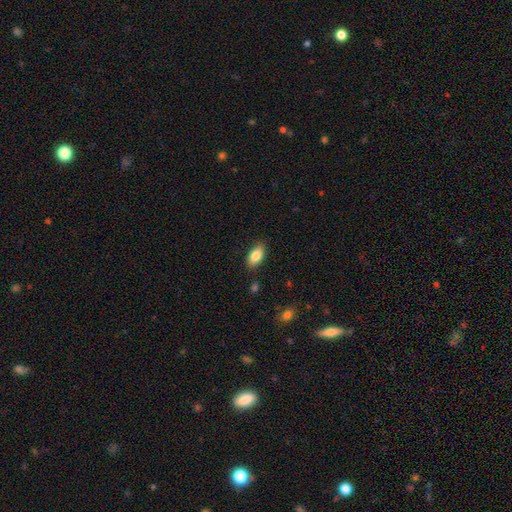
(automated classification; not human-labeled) smooth_or_featured: smooth (p=0.86) [alt: featured or disk p=0.07]
how_rounded: in between (p=0.92) [alt: cigar-shaped p=0.04]
merging: none (p=0.85) [alt: minor disturbance p=0.11]